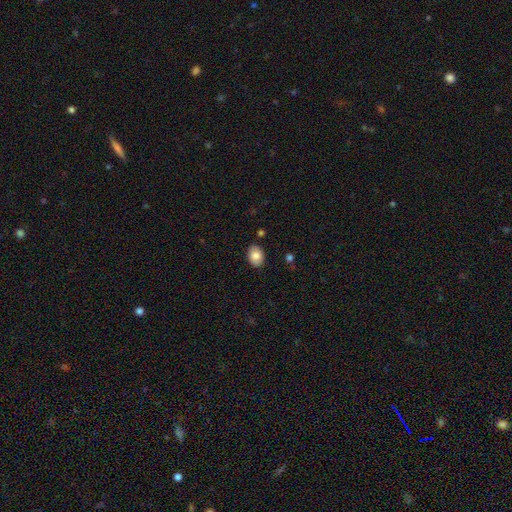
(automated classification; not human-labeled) This is clearly a smooth galaxy (83%). How rounded: likely in between (79%). Merging: clearly none (87%).